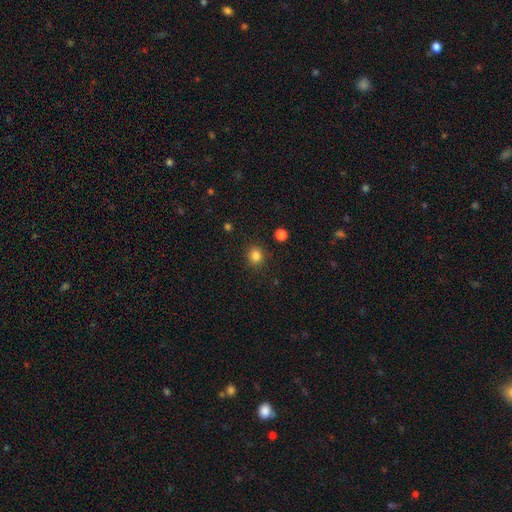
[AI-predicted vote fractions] A smooth galaxy with no disk features (84%) that is round (84%).

Vote fractions:
- Smooth or featured? smooth: 84% / star or artifact: 12% / featured or disk: 4%
- How rounded? round: 84% / in between: 15% / cigar-shaped: 1%
- Merging? none: 89% / minor disturbance: 7% / major disturbance: 2% / merger: 2%